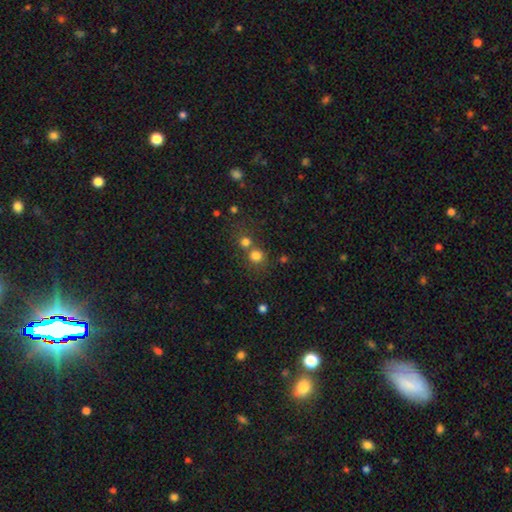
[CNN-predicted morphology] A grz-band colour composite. It shows a smooth galaxy with no disk features (76%) that is round (86%). Merging: none (54%).